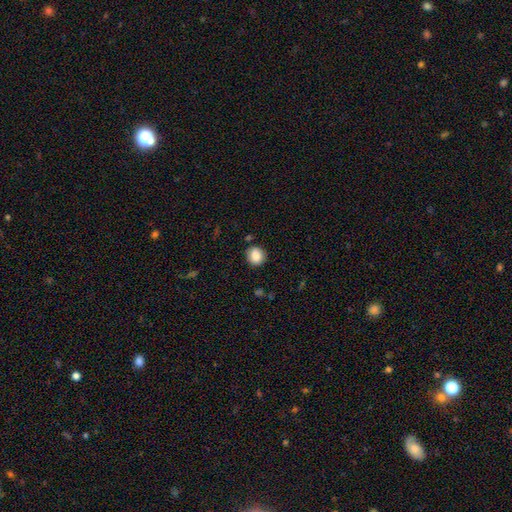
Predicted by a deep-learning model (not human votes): This is clearly a smooth galaxy (87%). How rounded: likely round (76%). Merging: clearly none (84%).